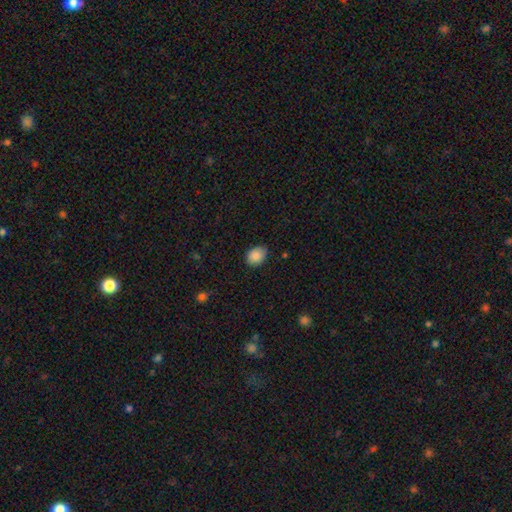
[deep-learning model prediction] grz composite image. It shows a smooth galaxy with no disk features (87%) that is in between round and cigar-shaped (62%). Merging: none (80%).